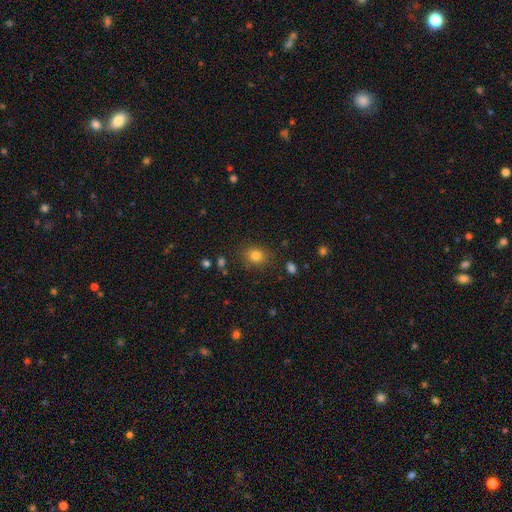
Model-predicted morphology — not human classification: smooth_or_featured: smooth (p=0.81) [alt: star or artifact p=0.12]
how_rounded: round (p=0.60) [alt: in between p=0.39]
merging: none (p=0.82) [alt: minor disturbance p=0.12]